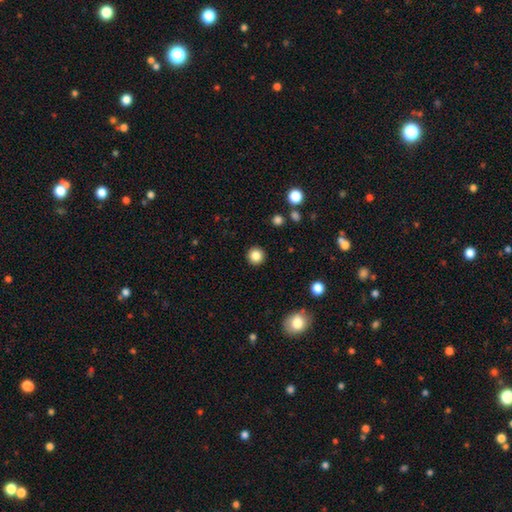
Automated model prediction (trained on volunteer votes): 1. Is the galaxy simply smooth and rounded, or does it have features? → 85% smooth, 11% star or artifact, 4% featured or disk.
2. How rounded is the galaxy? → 95% round, 4% in between, 1% cigar-shaped.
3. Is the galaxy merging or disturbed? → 92% none, 5% minor disturbance, 2% major disturbance, 1% merger.